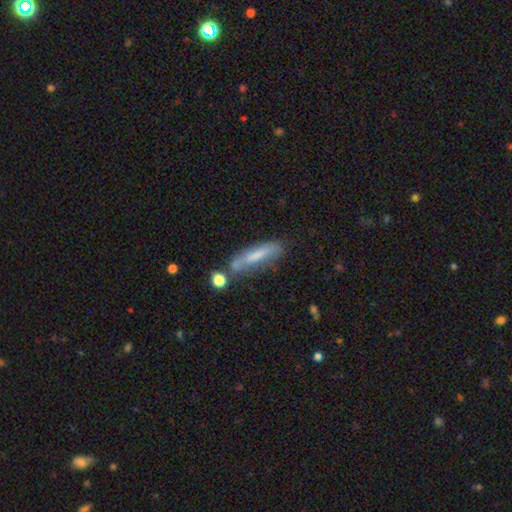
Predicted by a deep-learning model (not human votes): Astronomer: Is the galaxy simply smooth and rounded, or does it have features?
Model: smooth — 61%.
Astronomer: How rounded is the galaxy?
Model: cigar-shaped — 76%.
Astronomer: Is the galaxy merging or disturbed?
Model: none — 62%.